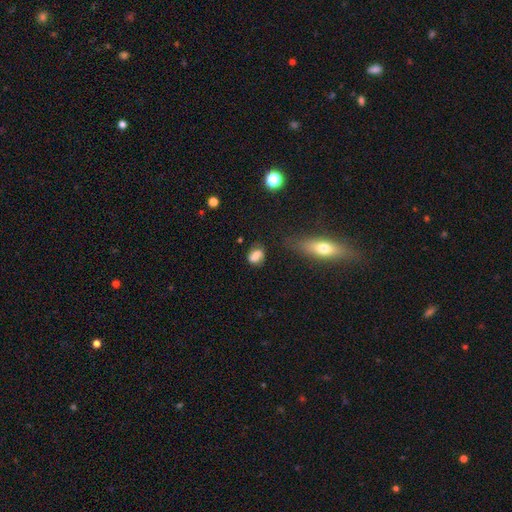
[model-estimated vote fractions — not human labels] This is likely a smooth galaxy (70%). How rounded: likely in between (67%). Merging: likely none (61%).